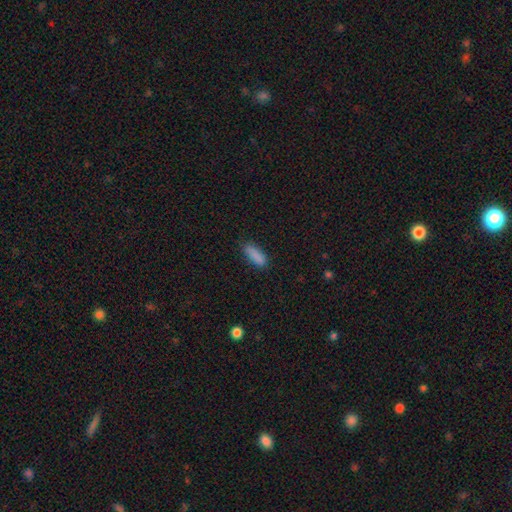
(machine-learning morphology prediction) This appears to be a smooth galaxy with no disk features (86%) that is in between round and cigar-shaped (63%). Merging: none (79%).